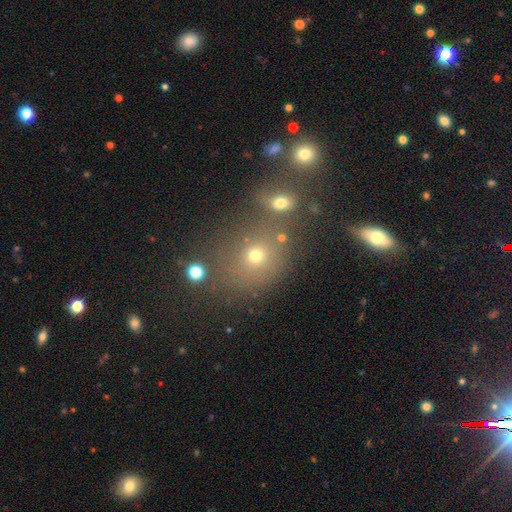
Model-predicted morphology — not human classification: This is likely a smooth galaxy (67%). How rounded: likely round (66%). Merging: possibly none (55%).